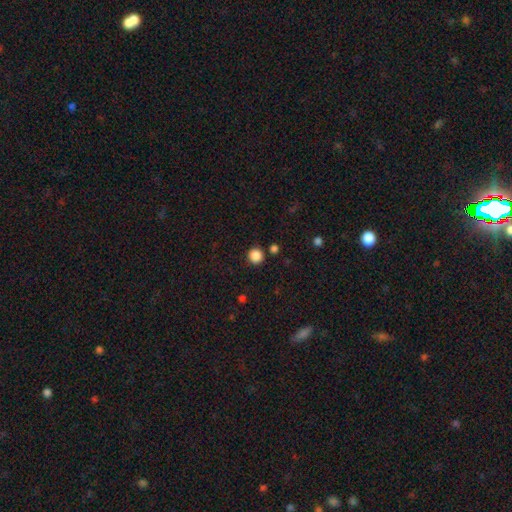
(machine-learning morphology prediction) A smooth galaxy with no disk features (87%) that is round (94%).

Vote fractions:
- Smooth or featured? smooth: 87% / star or artifact: 11% / featured or disk: 3%
- How rounded? round: 94% / in between: 5% / cigar-shaped: 1%
- Merging? none: 89% / minor disturbance: 6% / merger: 3% / major disturbance: 2%